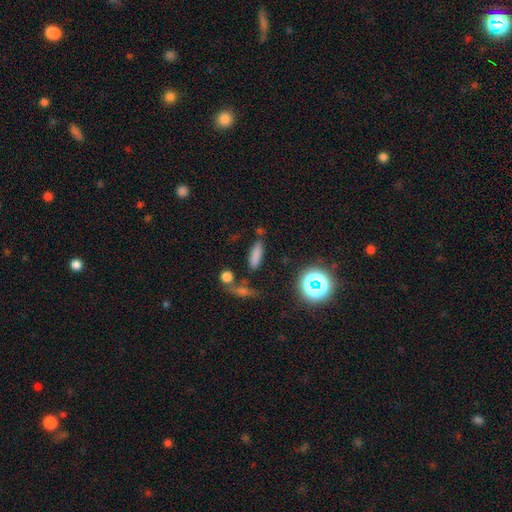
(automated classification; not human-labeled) smooth_or_featured: smooth (p=0.77) [alt: star or artifact p=0.15]
how_rounded: cigar-shaped (p=0.49) [alt: in between p=0.46]
merging: none (p=0.75) [alt: minor disturbance p=0.13]